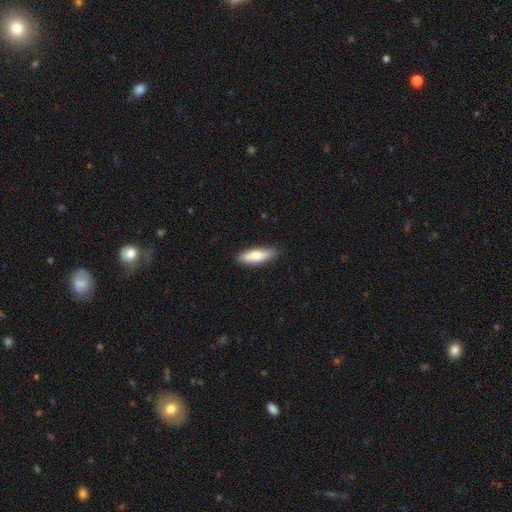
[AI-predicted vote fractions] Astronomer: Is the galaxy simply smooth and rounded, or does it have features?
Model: smooth — 80%.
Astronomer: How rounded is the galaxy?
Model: in between — 53% (runner-up: cigar-shaped, 46%).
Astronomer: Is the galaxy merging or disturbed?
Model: none — 86%.